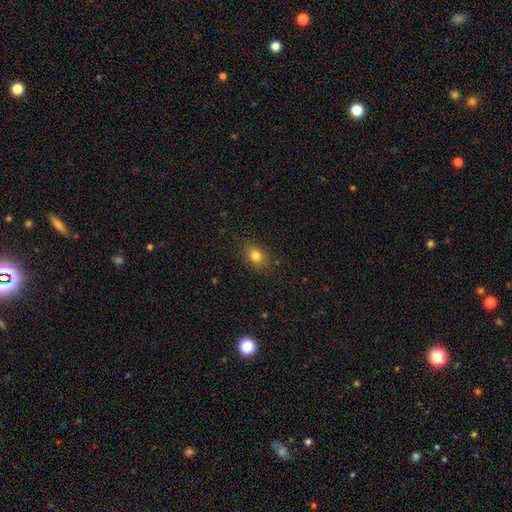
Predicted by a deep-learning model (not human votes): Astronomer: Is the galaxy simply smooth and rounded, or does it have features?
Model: smooth — 79%.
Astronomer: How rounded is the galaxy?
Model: in between — 61% (runner-up: round, 37%).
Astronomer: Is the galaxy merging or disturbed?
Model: none — 85%.